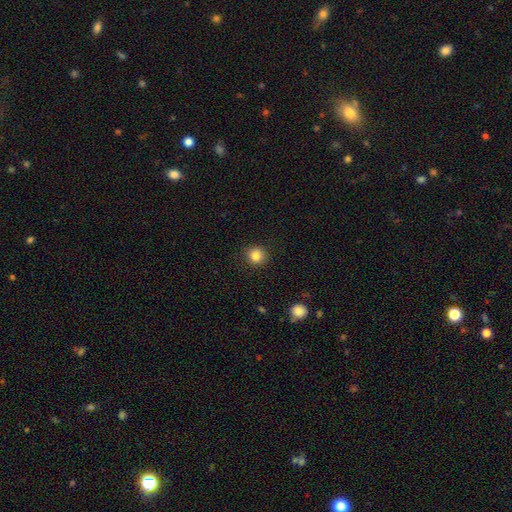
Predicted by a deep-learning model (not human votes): Smooth or featured? Predicted: smooth (p=0.84). How rounded? Predicted: round (p=0.92). Merging? Predicted: none (p=0.91).